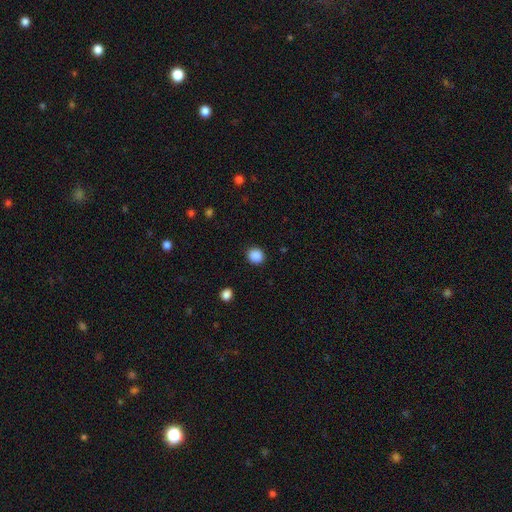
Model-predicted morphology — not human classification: A smooth galaxy with no disk features (88%) that is round (82%). Merging: none (90%).